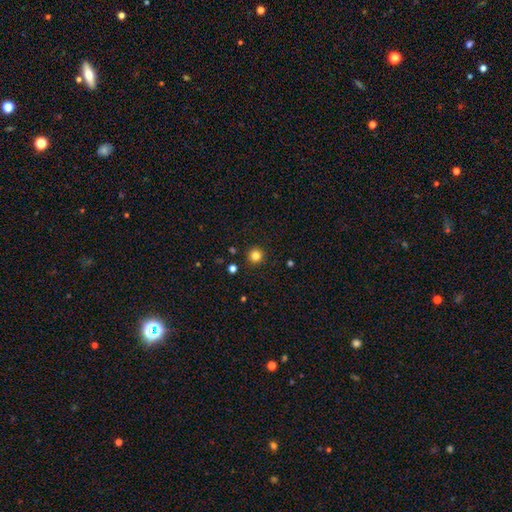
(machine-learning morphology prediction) Smooth or featured?
  - smooth: 82% *
  - star or artifact: 13%
  - featured or disk: 5%
How rounded?
  - round: 96% *
  - in between: 3%
  - cigar-shaped: 1%
Merging?
  - none: 92% *
  - minor disturbance: 5%
  - major disturbance: 2%
  - merger: 1%